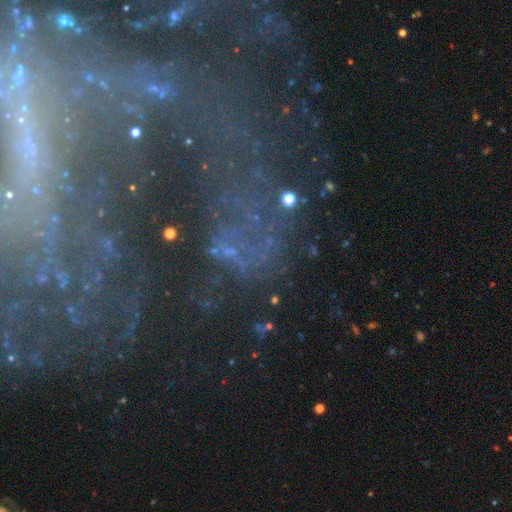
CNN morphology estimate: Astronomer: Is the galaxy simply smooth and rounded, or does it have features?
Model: featured or disk — 43% (runner-up: star or artifact, 42%).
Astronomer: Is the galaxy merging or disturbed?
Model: none — 52%.